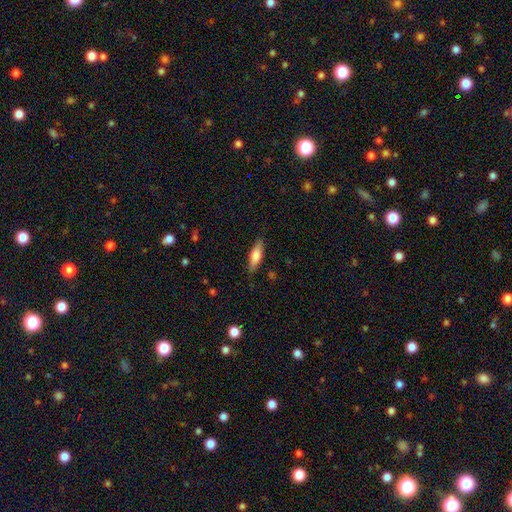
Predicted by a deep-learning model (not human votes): smooth 74%, featured or disk 20%, star or artifact 6%. Down the decision tree: how rounded — in between (51%); merging — none (85%).